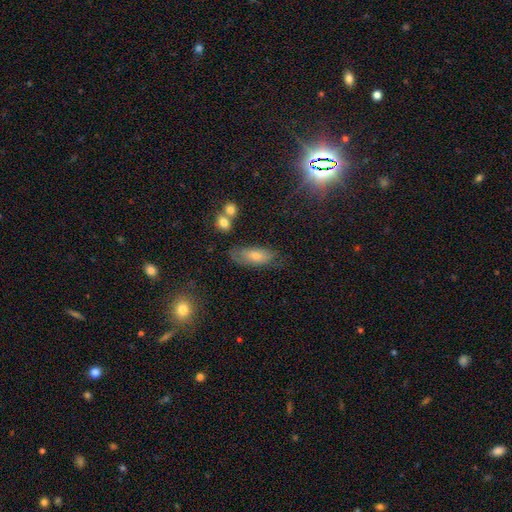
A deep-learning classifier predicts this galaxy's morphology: This is possibly a smooth galaxy (55%). How rounded: likely in between (77%). Merging: likely none (64%).